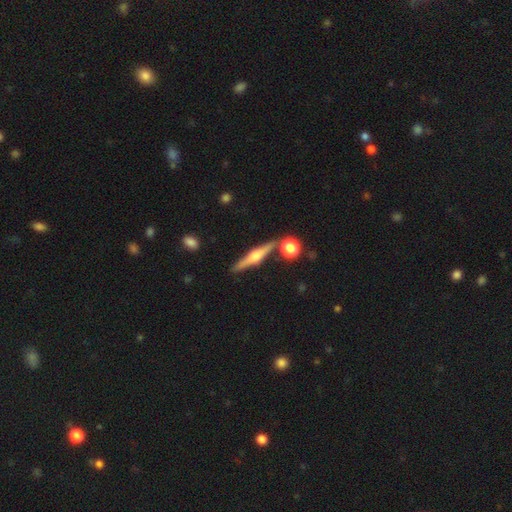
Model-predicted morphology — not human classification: A featured or disk galaxy (69%) viewed edge-on (97%) with a rounded central bulge (84%). Merging: none (81%).